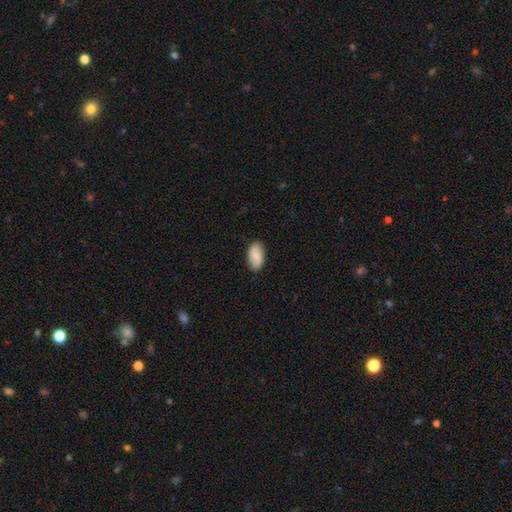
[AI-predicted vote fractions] Smooth or featured? smooth (84%)
How rounded? in between (94%)
Merging? none (87%)